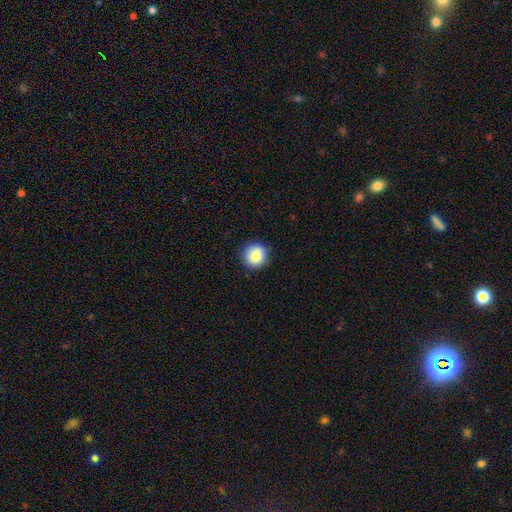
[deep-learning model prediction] Morphology: type=smooth (85%); roundness=round (93%); merging=none (88%).